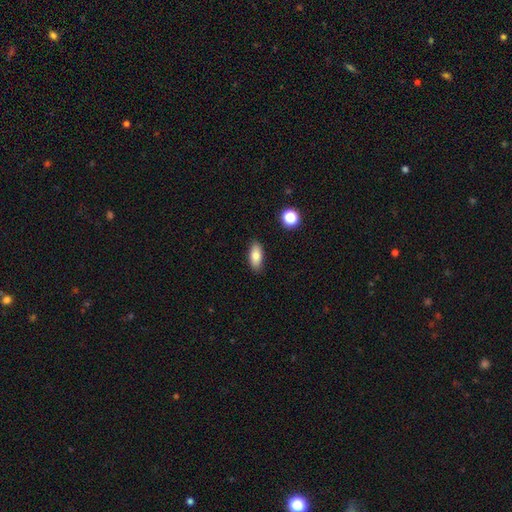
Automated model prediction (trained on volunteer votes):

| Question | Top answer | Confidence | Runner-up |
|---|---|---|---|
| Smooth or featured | smooth | 81% | featured or disk (11%) |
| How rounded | in between | 84% | cigar-shaped (13%) |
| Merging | none | 87% | minor disturbance (9%) |